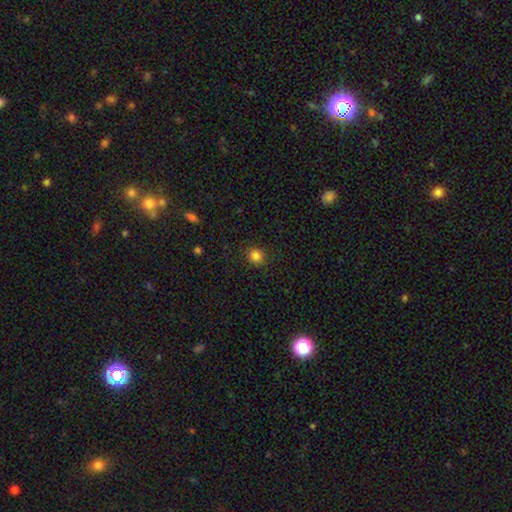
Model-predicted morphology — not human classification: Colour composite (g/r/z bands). It shows a smooth galaxy with no disk features (84%) that is round (83%). Merging: none (89%).